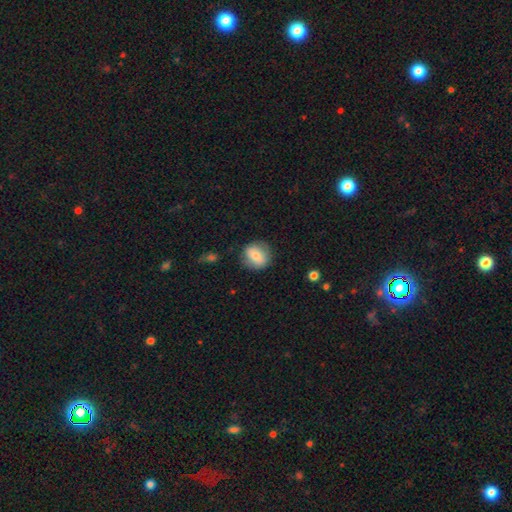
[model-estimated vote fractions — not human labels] Smooth or featured? Predicted: smooth (p=0.71). How rounded? Predicted: round (p=0.73). Merging? Predicted: none (p=0.79).